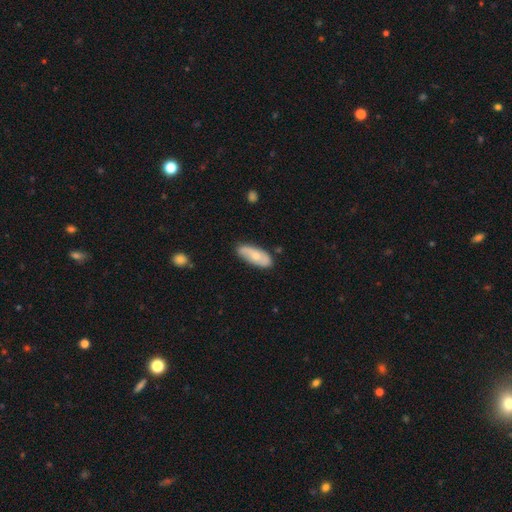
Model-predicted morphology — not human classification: Smooth or featured? smooth (58%)
How rounded? in between (80%)
Merging? none (75%)